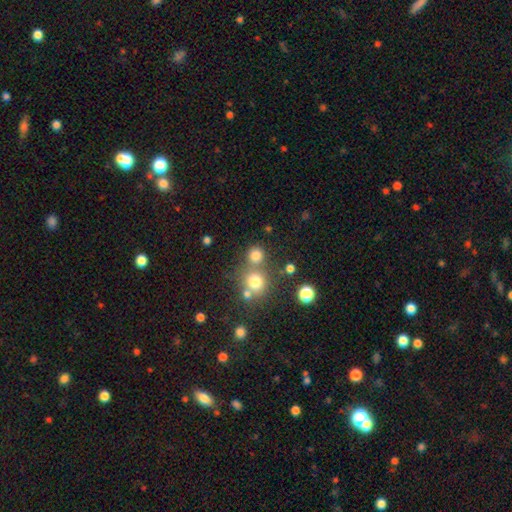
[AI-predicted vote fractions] The model was most divided on "merging": none: 64%, merger: 24%, minor disturbance: 8%, major disturbance: 4%. More confident: how rounded — round (89%); smooth or featured — smooth (76%).